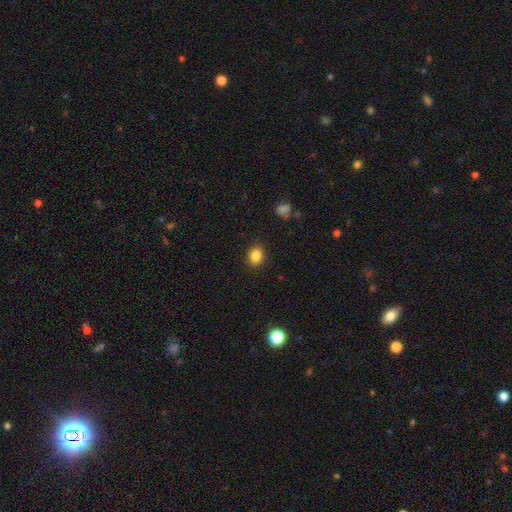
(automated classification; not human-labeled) smooth_or_featured: smooth (p=0.85) [alt: star or artifact p=0.10]
how_rounded: round (p=0.53) [alt: in between p=0.46]
merging: none (p=0.89) [alt: minor disturbance p=0.07]